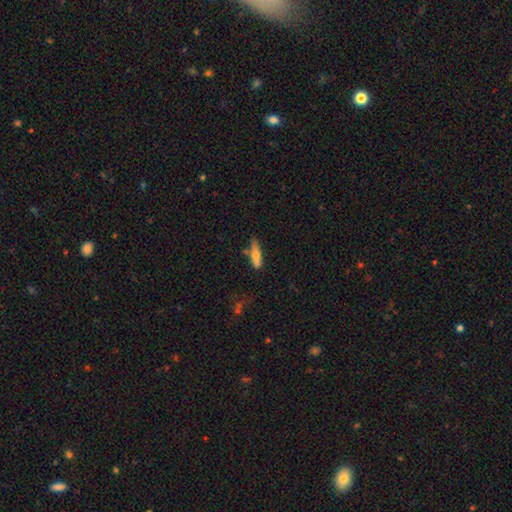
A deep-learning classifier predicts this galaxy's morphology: This appears to be a smooth galaxy with no disk features (66%) that is cigar-shaped (62%). Merging: none (57%).